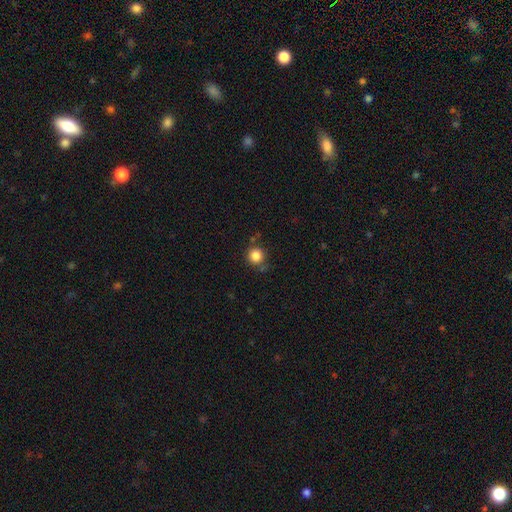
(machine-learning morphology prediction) smooth_or_featured: smooth (p=0.84) [alt: star or artifact p=0.11]
how_rounded: round (p=0.94) [alt: in between p=0.05]
merging: none (p=0.79) [alt: minor disturbance p=0.11]